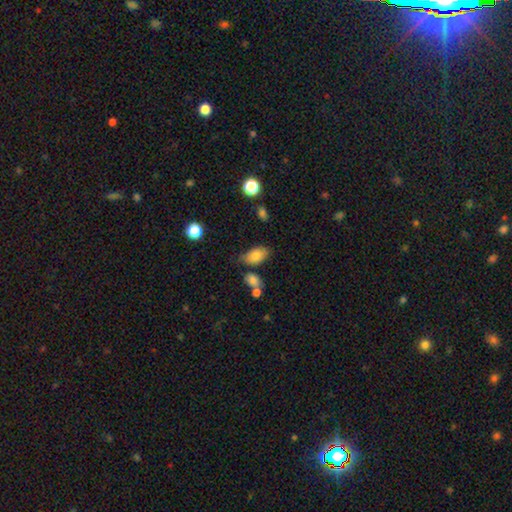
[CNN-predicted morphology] A smooth galaxy with no disk features (81%) that is in between round and cigar-shaped (92%). Merging: none (61%).